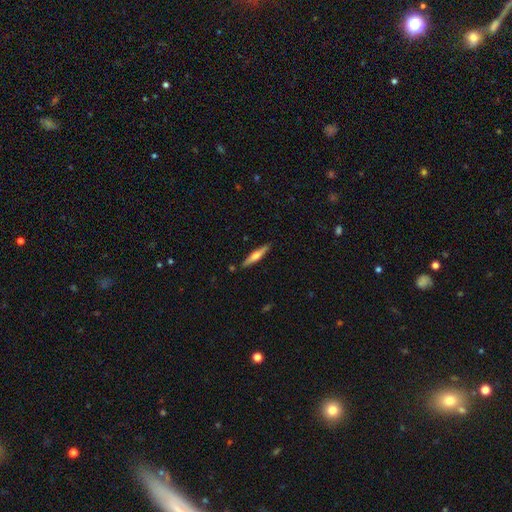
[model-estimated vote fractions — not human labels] smooth-or-featured: featured or disk: 53% | smooth: 42% | star or artifact: 6%
  disk-edge-on: yes: 96% | no: 4%
    edge-on-bulge: rounded: 82% | boxy: 9% | none: 9%
  merging: none: 89% | minor disturbance: 8% | merger: 2% | major disturbance: 2%